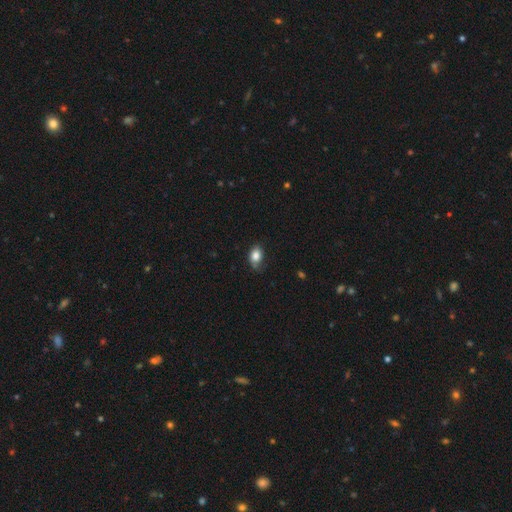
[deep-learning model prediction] Morphology: type=smooth (83%); roundness=in between (71%); merging=none (61%).